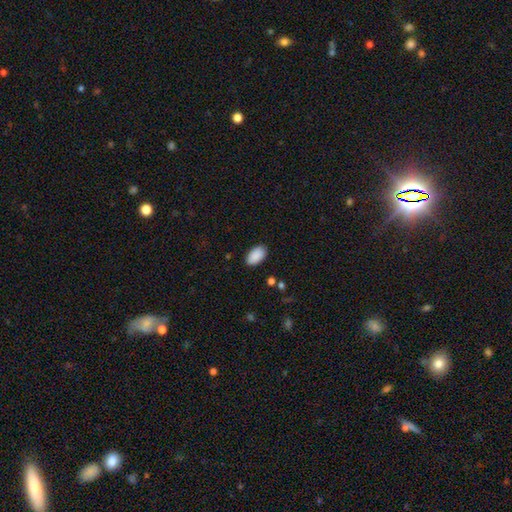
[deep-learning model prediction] smooth_or_featured: smooth (p=0.90) [alt: star or artifact p=0.07]
how_rounded: in between (p=0.95) [alt: round p=0.04]
merging: none (p=0.88) [alt: minor disturbance p=0.09]